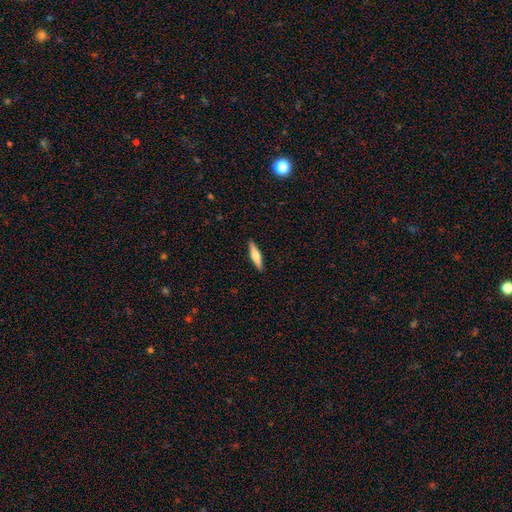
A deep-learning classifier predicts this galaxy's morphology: smooth_or_featured: smooth (p=0.55) [alt: featured or disk p=0.40]
how_rounded: cigar-shaped (p=0.75) [alt: in between p=0.23]
merging: none (p=0.90) [alt: minor disturbance p=0.07]